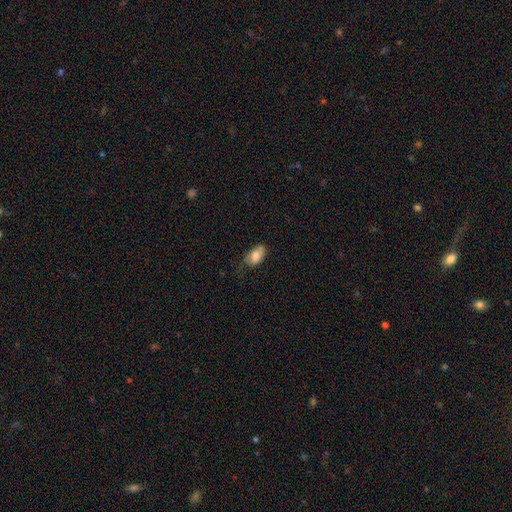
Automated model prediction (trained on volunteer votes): smooth_or_featured: smooth (p=0.79) [alt: featured or disk p=0.14]
how_rounded: in between (p=0.92) [alt: round p=0.05]
merging: none (p=0.52) [alt: minor disturbance p=0.35]